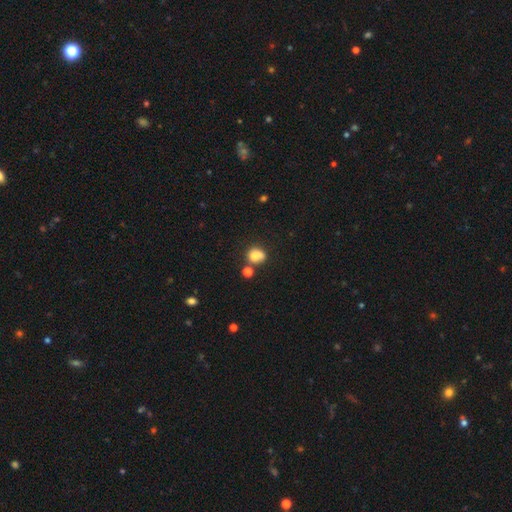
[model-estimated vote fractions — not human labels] A smooth galaxy with no disk features (77%) that is round (64%). Merging: none (47%).